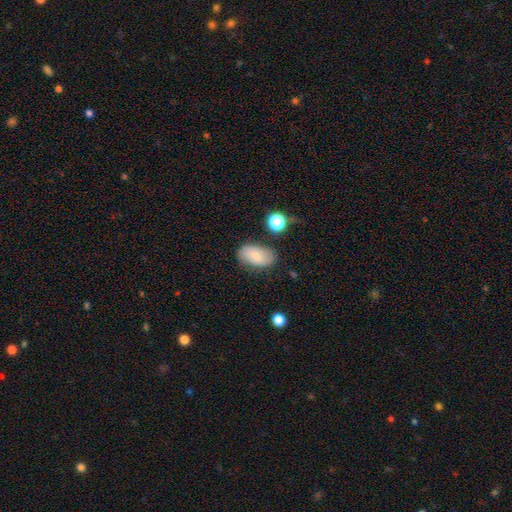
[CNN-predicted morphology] smooth_or_featured: smooth (p=0.71) [alt: featured or disk p=0.21]
how_rounded: in between (p=0.92) [alt: round p=0.07]
merging: none (p=0.78) [alt: minor disturbance p=0.16]